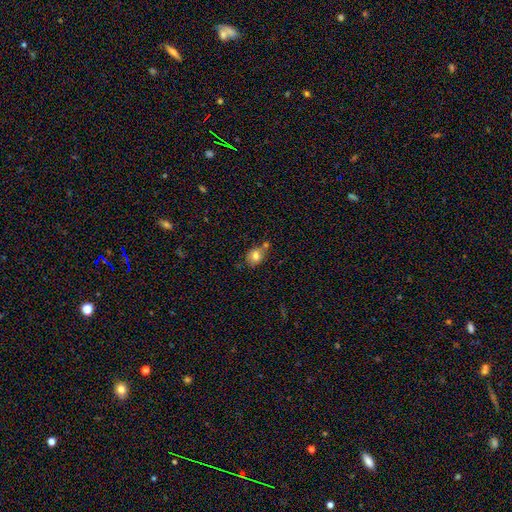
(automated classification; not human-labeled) smooth-or-featured: smooth: 77% | featured or disk: 13% | star or artifact: 10%
  how-rounded: round: 58% | in between: 41% | cigar-shaped: 1%
  merging: none: 51% | merger: 23% | minor disturbance: 20% | major disturbance: 5%